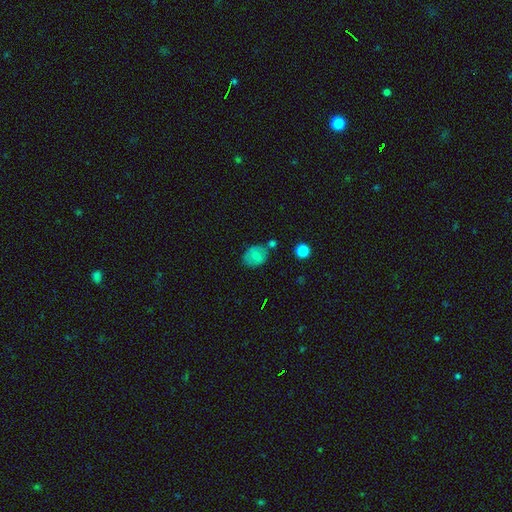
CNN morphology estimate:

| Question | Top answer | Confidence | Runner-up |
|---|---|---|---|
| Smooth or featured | smooth | 72% | featured or disk (18%) |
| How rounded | in between | 55% | round (43%) |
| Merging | none | 63% | minor disturbance (20%) |